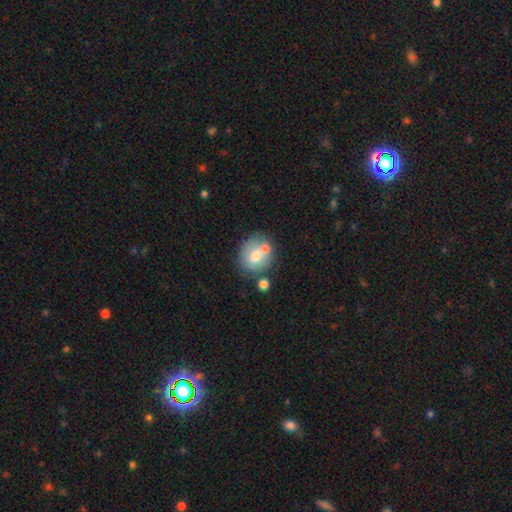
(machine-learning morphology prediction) Q: Smooth or featured?
A: smooth (66%); runner-up: featured or disk (25%)
Q: How rounded?
A: round (74%); runner-up: in between (25%)
Q: Merging?
A: none (54%); runner-up: merger (27%)